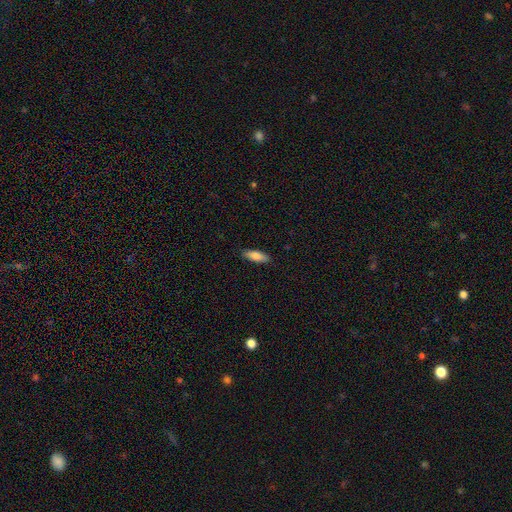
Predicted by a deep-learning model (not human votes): Smooth or featured?
  - smooth: 80% *
  - featured or disk: 13%
  - star or artifact: 6%
How rounded?
  - in between: 59% *
  - cigar-shaped: 39%
  - round: 2%
Merging?
  - none: 88% *
  - minor disturbance: 10%
  - major disturbance: 2%
  - merger: 1%